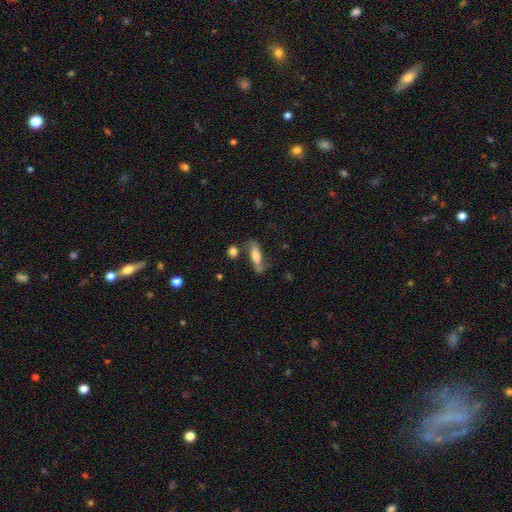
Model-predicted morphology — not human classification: smooth-or-featured: smooth: 53% | featured or disk: 39% | star or artifact: 8%
  how-rounded: in between: 52% | cigar-shaped: 45% | round: 3%
  merging: none: 56% | minor disturbance: 22% | merger: 12% | major disturbance: 11%